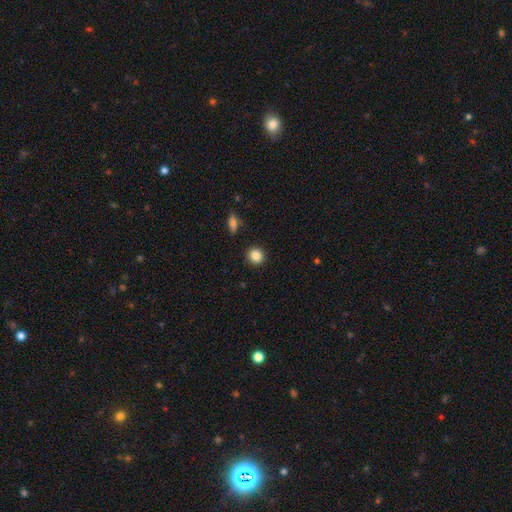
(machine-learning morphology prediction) smooth 86%, star or artifact 9%, featured or disk 4%. Down the decision tree: how rounded — round (89%); merging — none (92%).